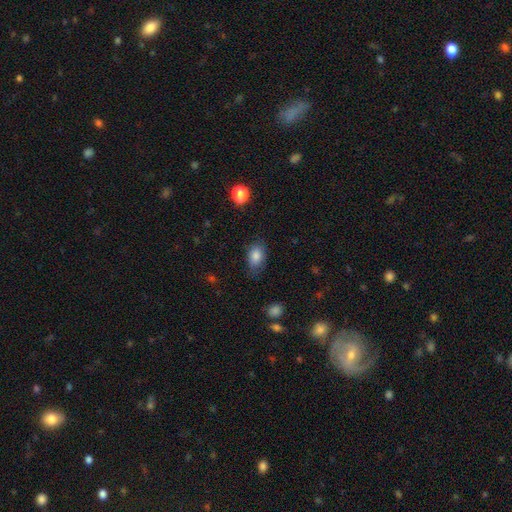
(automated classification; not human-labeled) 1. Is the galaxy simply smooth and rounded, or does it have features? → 84% smooth, 8% star or artifact, 8% featured or disk.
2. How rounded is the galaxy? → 86% in between, 13% round, 2% cigar-shaped.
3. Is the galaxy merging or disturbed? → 70% none, 23% minor disturbance, 6% major disturbance, 1% merger.